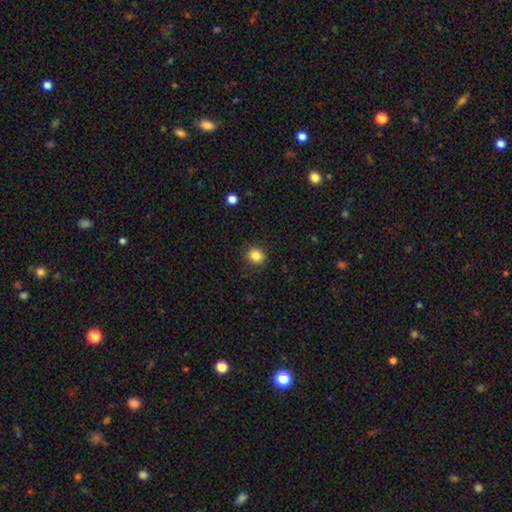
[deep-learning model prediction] This appears to be a smooth galaxy with no disk features (85%) that is round (71%). Merging: none (86%).